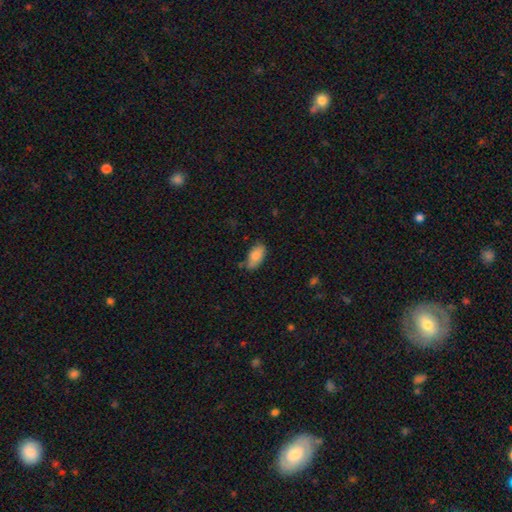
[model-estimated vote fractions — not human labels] smooth_or_featured: smooth (p=0.84) [alt: featured or disk p=0.09]
how_rounded: in between (p=0.92) [alt: cigar-shaped p=0.05]
merging: none (p=0.71) [alt: minor disturbance p=0.21]